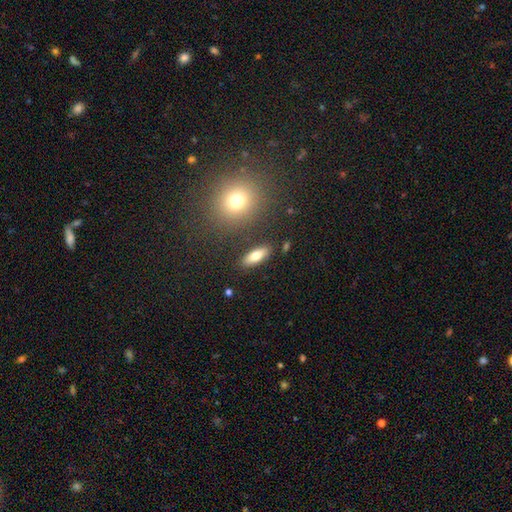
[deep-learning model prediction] Smooth or featured? smooth (73%)
How rounded? in between (66%)
Merging? none (86%)